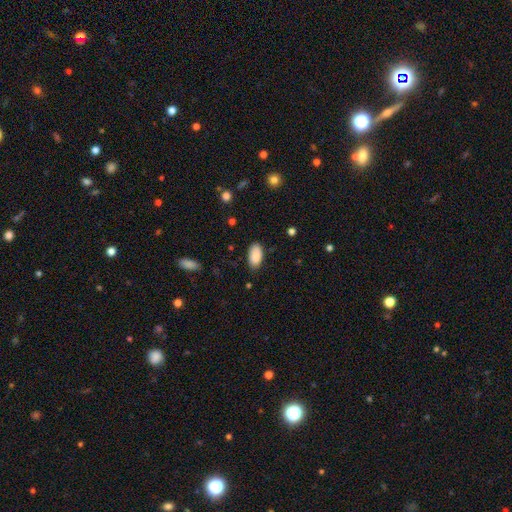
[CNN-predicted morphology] type=smooth (88%); roundness=in between (95%); merging=none (82%).